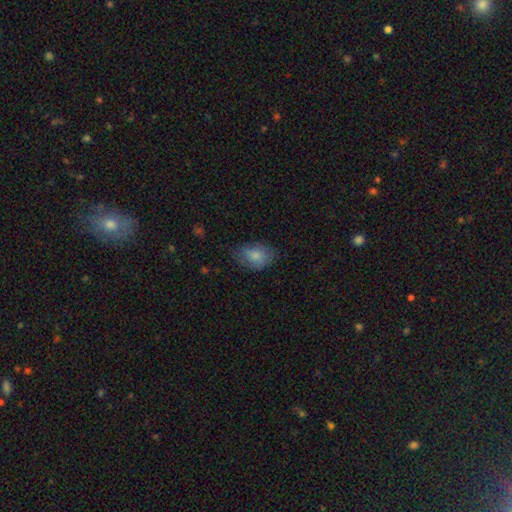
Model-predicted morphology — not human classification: The model was most divided on "merging": none: 66%, minor disturbance: 24%, major disturbance: 8%, merger: 1%. More confident: smooth or featured — smooth (81%); how rounded — in between (79%).